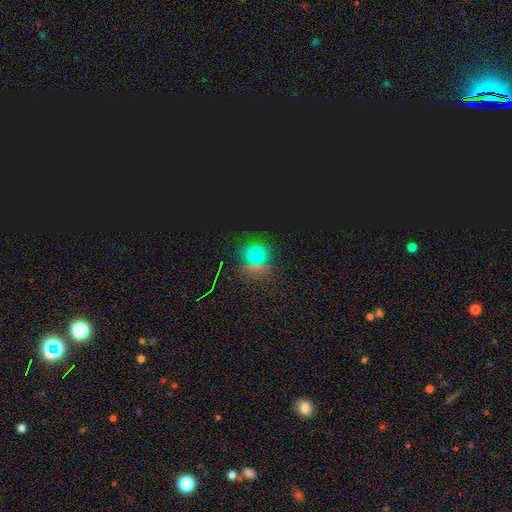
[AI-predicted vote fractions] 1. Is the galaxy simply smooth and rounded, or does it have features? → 50% smooth, 42% star or artifact, 8% featured or disk.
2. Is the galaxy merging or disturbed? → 79% none, 11% minor disturbance, 5% major disturbance, 5% merger.